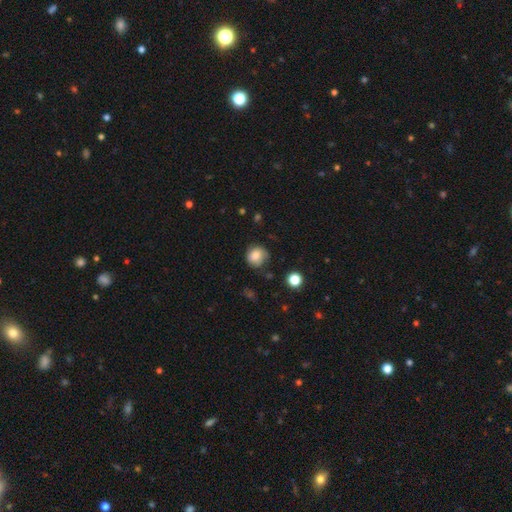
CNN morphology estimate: The model was most divided on "merging": none: 63%, minor disturbance: 25%, major disturbance: 9%, merger: 3%. More confident: how rounded — round (81%); smooth or featured — smooth (76%).